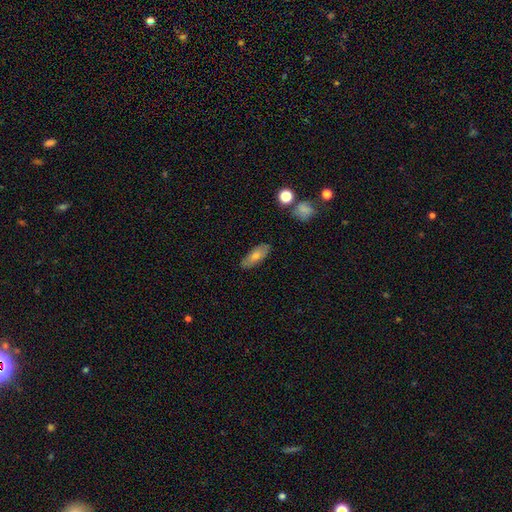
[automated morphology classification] Q: Smooth or featured?
A: smooth (63%); runner-up: featured or disk (28%)
Q: How rounded?
A: in between (67%); runner-up: cigar-shaped (28%)
Q: Merging?
A: none (85%); runner-up: minor disturbance (11%)